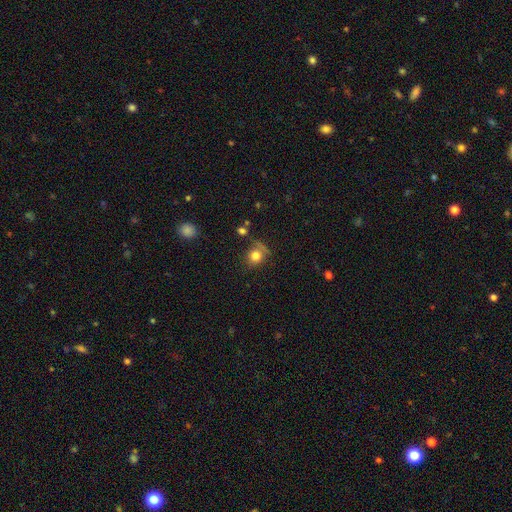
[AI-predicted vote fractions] This appears to be a smooth galaxy with no disk features (79%) that is round (80%). Merging: none (62%).